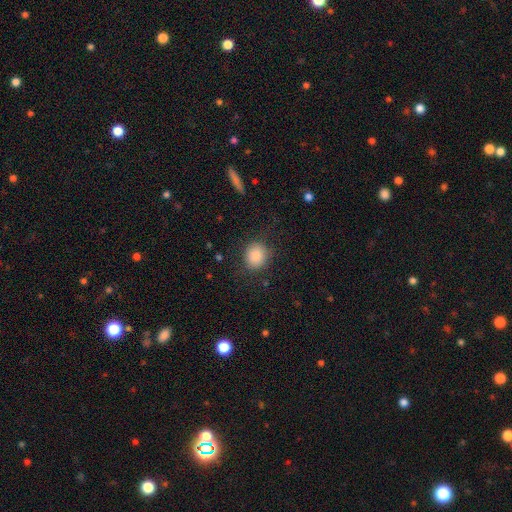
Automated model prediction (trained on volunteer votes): This appears to be a smooth galaxy with no disk features (85%) that is round (75%). Merging: none (82%).